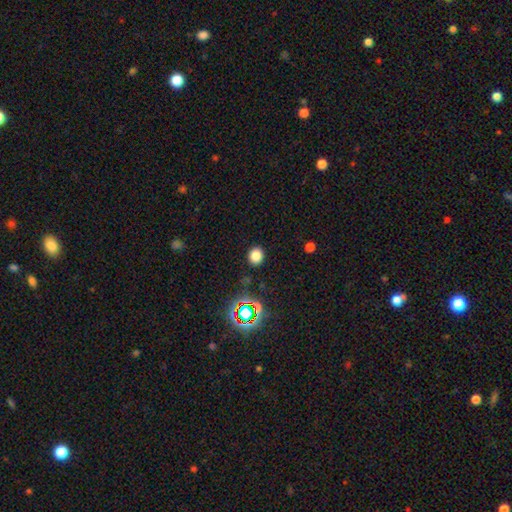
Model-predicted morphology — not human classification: type=smooth (78%); roundness=round (76%); merging=none (89%).